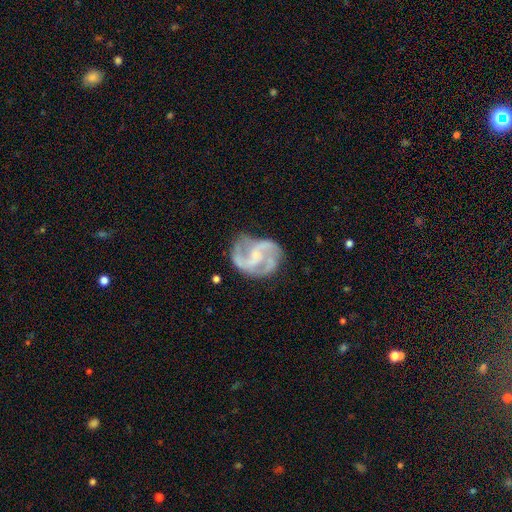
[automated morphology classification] This is clearly a featured or disk galaxy (87%). It is clearly not viewed edge-on (98%). Bar: possibly weak (46%). Spiral arm pattern: clearly yes (96%). Spiral arm count: possibly 2 (49%). Spiral winding: possibly medium (53%). Central bulge: possibly small (50%). Merging: likely none (66%).